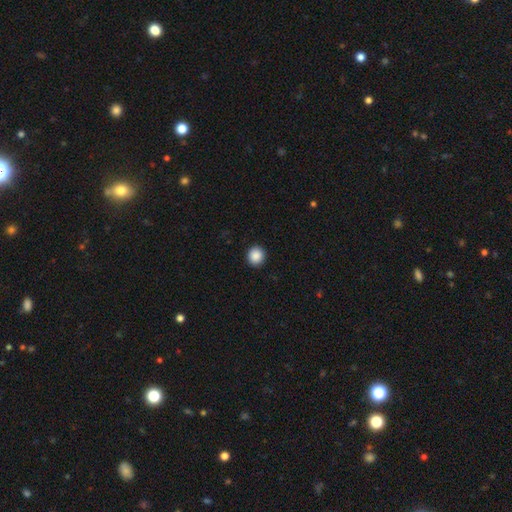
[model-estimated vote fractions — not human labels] Morphology: type=smooth (89%); roundness=round (92%); merging=none (93%).